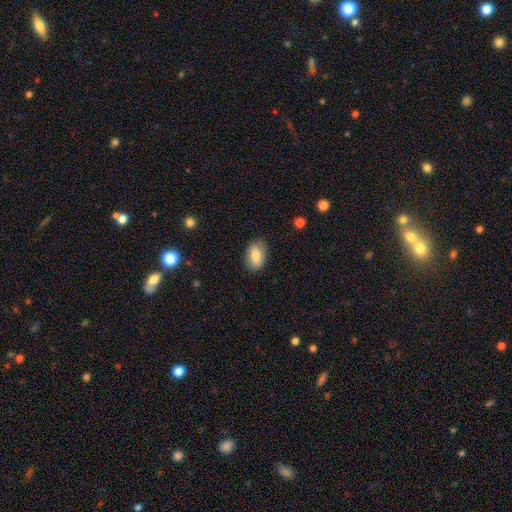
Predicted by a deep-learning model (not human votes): Smooth or featured?
  - smooth: 81% *
  - featured or disk: 12%
  - star or artifact: 7%
How rounded?
  - in between: 90% *
  - round: 8%
  - cigar-shaped: 2%
Merging?
  - none: 82% *
  - minor disturbance: 14%
  - major disturbance: 3%
  - merger: 1%